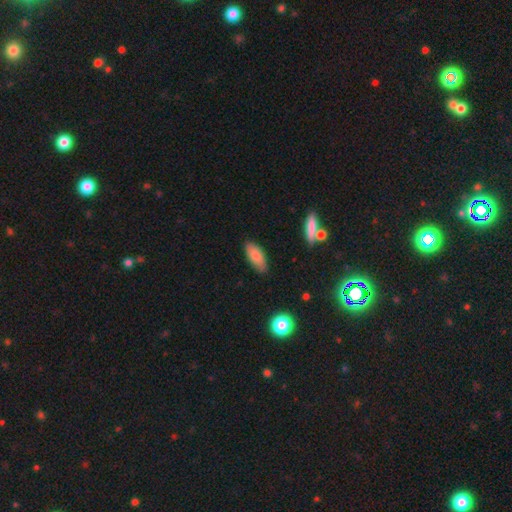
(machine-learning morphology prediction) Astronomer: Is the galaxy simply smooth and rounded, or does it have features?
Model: smooth — 82%.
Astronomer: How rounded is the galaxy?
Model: in between — 81%.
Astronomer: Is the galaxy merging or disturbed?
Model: none — 82%.